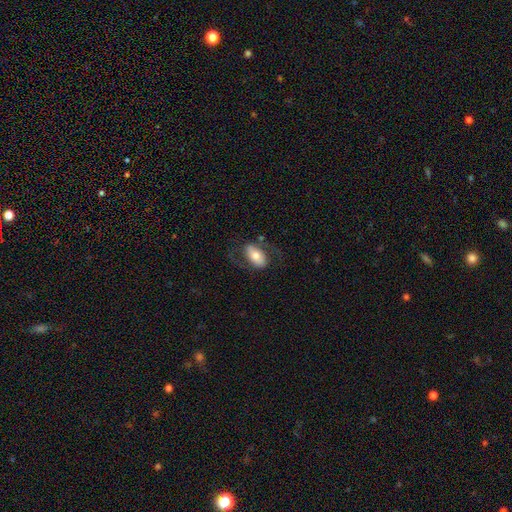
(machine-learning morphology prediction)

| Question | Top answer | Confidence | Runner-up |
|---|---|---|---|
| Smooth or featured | smooth | 48% | featured or disk (46%) |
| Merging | none | 64% | minor disturbance (17%) |